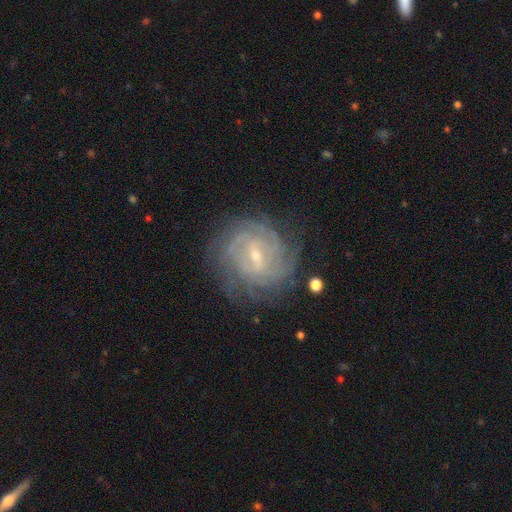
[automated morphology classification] The model was most divided on "spiral arm count": can't tell: 38%, 4: 21%, 3: 14%, 2: 13%, more than 4: 9%, 1: 6%. More confident: edge-on disk — no (97%); spiral arms — yes (95%); smooth or featured — featured or disk (85%); merging — none (77%); spiral winding — tight (74%); bulge size — small (67%); bar — weak (57%).